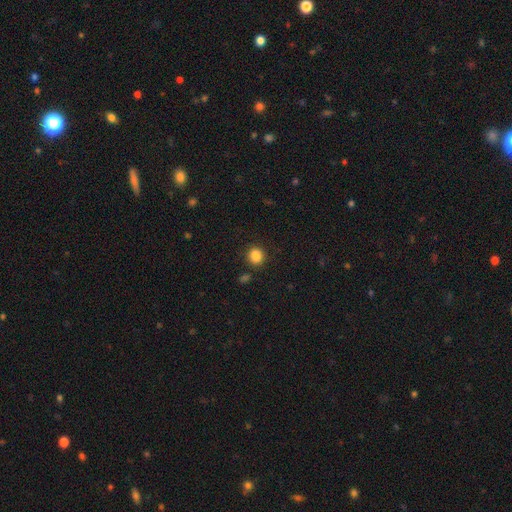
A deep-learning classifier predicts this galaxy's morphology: Smooth or featured?
  - smooth: 85% *
  - star or artifact: 11%
  - featured or disk: 4%
How rounded?
  - round: 85% *
  - in between: 14%
  - cigar-shaped: 1%
Merging?
  - none: 88% *
  - minor disturbance: 7%
  - merger: 3%
  - major disturbance: 3%